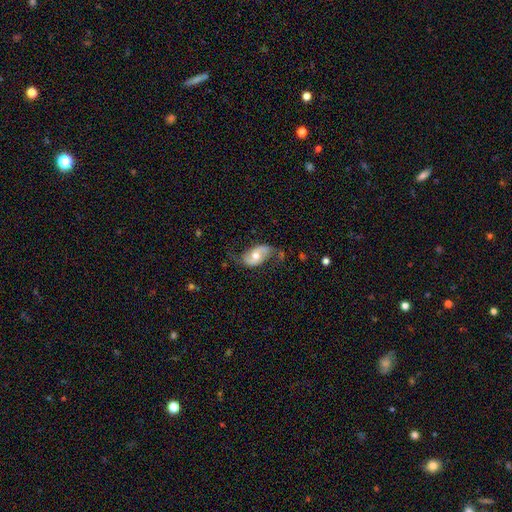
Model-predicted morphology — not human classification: Overall: featured or disk (71%). Edge-on disk: no (95%). Bar: no (57%; weak 31%). Spiral arms: yes (87%). Spiral arm count: 2 (90%). Spiral winding: loose (67%). Bulge size: moderate (73%). Merging: none (59%; minor disturbance 25%).